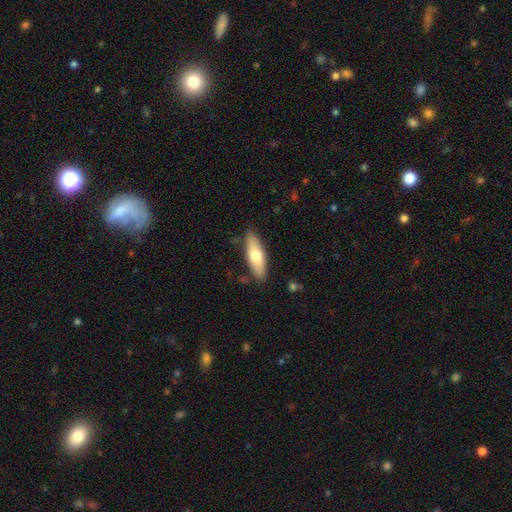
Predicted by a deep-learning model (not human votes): Morphology: type=smooth (66%); roundness=in between (56%); merging=none (84%).